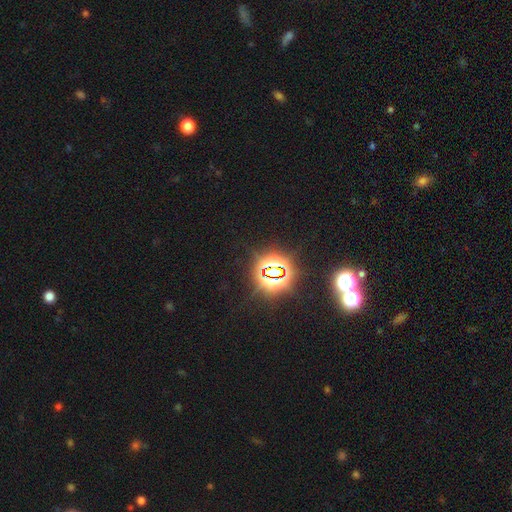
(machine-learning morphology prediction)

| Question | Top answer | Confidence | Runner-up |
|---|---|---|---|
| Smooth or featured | star or artifact | 79% | smooth (13%) |